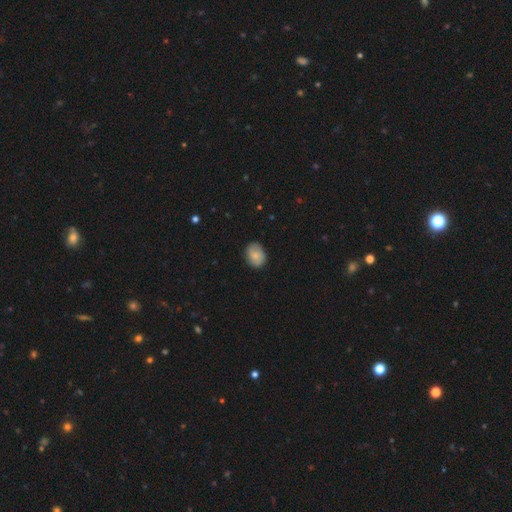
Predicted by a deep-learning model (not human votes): Smooth or featured? Predicted: smooth (p=0.78). How rounded? Predicted: in between (p=0.69). Merging? Predicted: none (p=0.81).